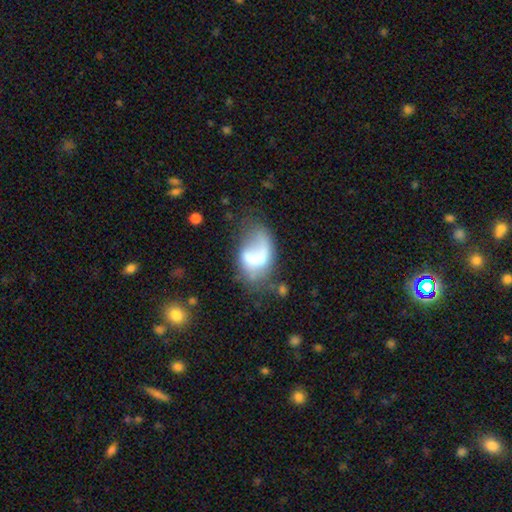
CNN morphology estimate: smooth_or_featured: featured or disk (p=0.48) [alt: smooth p=0.44]
merging: major disturbance (p=0.40) [alt: none p=0.30]